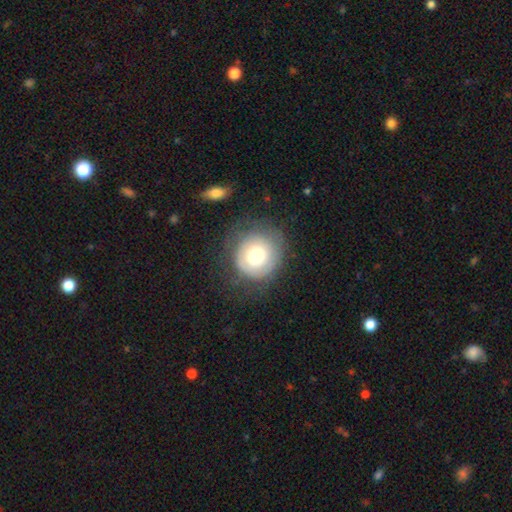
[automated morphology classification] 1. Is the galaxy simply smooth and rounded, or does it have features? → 65% smooth, 26% featured or disk, 9% star or artifact.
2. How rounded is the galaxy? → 90% round, 9% in between, 1% cigar-shaped.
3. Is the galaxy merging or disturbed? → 65% none, 19% minor disturbance, 13% major disturbance, 2% merger.